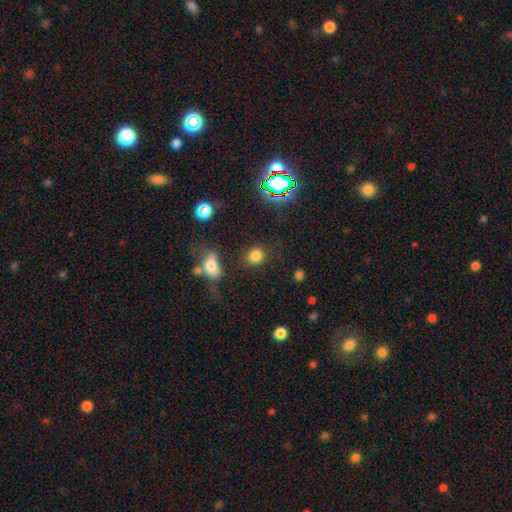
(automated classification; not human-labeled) The model was most divided on "how rounded": round: 73%, in between: 26%, cigar-shaped: 1%. More confident: smooth or featured — smooth (77%); merging — none (77%).